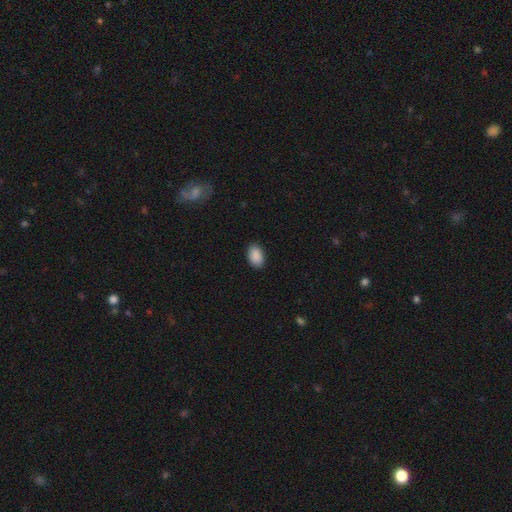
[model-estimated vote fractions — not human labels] Q: Smooth or featured?
A: smooth (90%); runner-up: star or artifact (7%)
Q: How rounded?
A: in between (90%); runner-up: round (9%)
Q: Merging?
A: none (86%); runner-up: minor disturbance (10%)